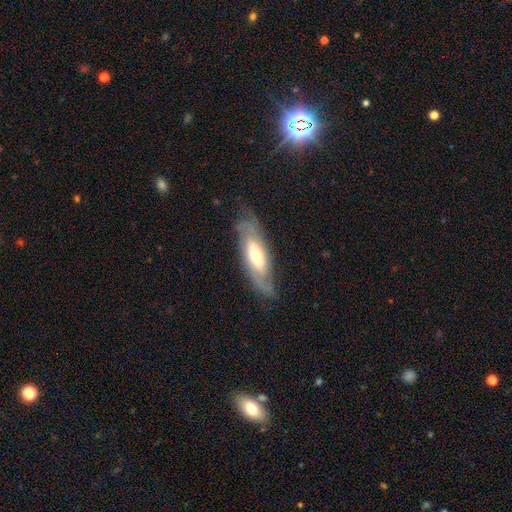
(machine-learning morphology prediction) featured or disk 67%, smooth 27%, star or artifact 7%. Down the decision tree: edge-on disk — no (73%); merging — none (71%).